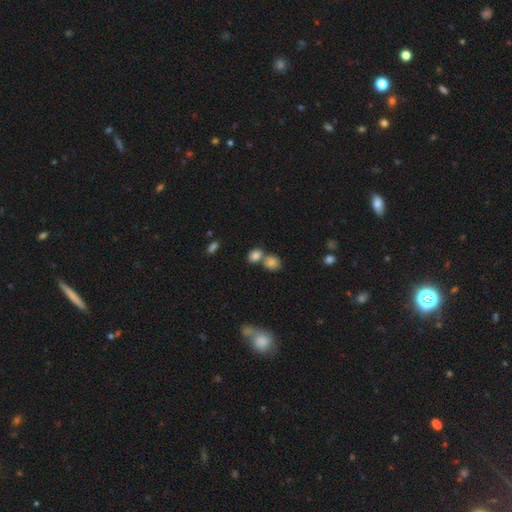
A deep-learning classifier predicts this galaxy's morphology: Smooth or featured? smooth (82%)
How rounded? in between (51%)
Merging? merger (48%)